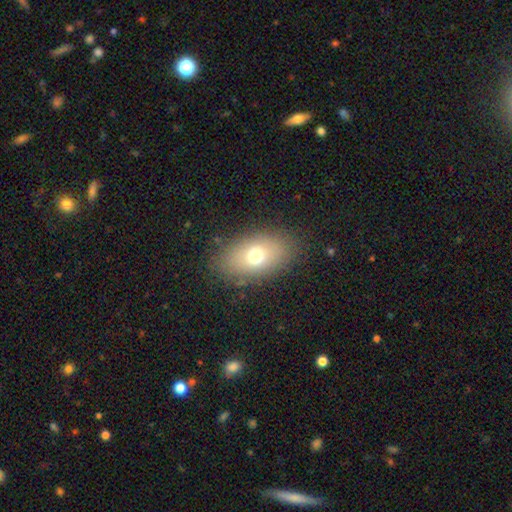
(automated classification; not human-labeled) smooth 70%, featured or disk 18%, star or artifact 12%. Down the decision tree: how rounded — in between (85%); merging — none (84%).